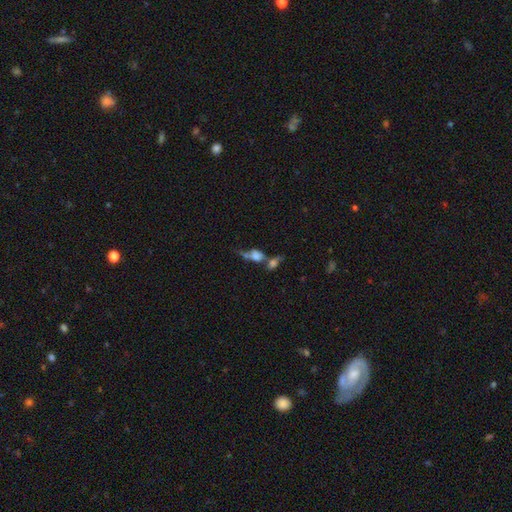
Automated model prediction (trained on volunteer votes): The model was most divided on "smooth or featured": smooth: 55%, featured or disk: 30%, star or artifact: 15%. More confident: merging — merger (59%); how rounded — in between (59%).